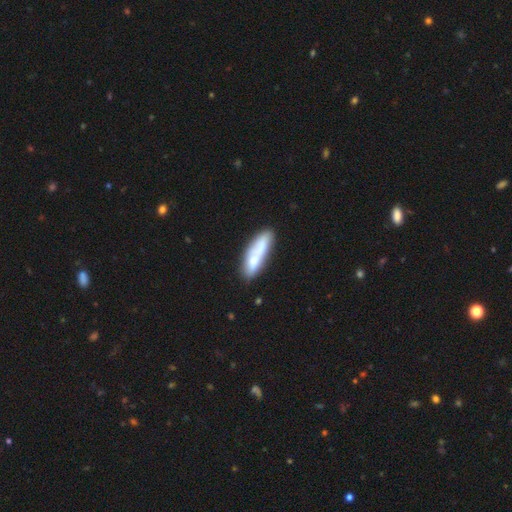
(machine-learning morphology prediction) Smooth or featured: smooth — 63% (featured or disk — 30%)
How rounded: cigar-shaped — 59% (in between — 38%)
Merging: none — 58% (merger — 18%)